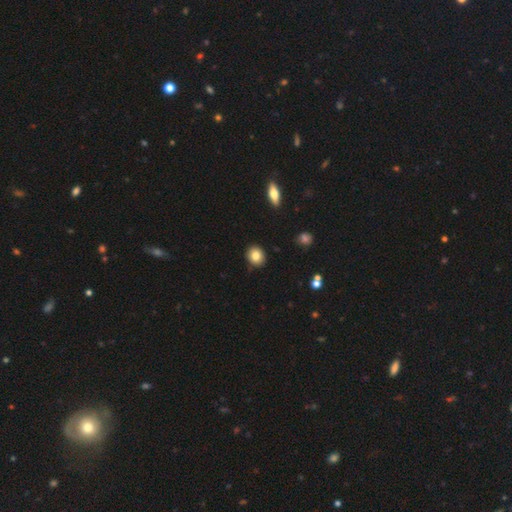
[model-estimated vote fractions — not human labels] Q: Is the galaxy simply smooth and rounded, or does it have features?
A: smooth — 83%.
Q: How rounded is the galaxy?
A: round — 75%.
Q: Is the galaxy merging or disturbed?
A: none — 89%.